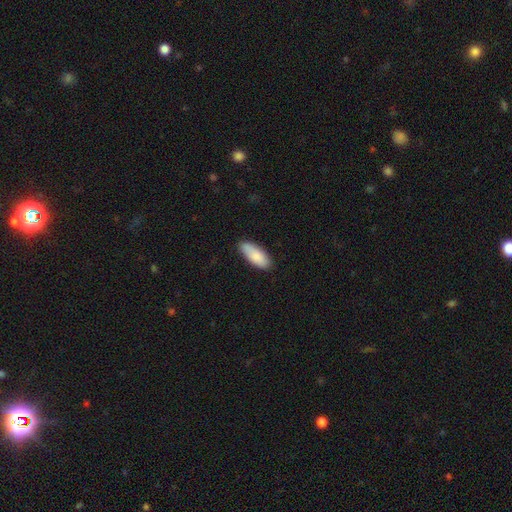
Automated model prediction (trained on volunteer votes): A smooth galaxy with no disk features (86%) that is in between round and cigar-shaped (78%).

Vote fractions:
- Smooth or featured? smooth: 86% / featured or disk: 8% / star or artifact: 6%
- How rounded? in between: 78% / cigar-shaped: 20% / round: 2%
- Merging? none: 81% / minor disturbance: 15% / major disturbance: 2% / merger: 1%